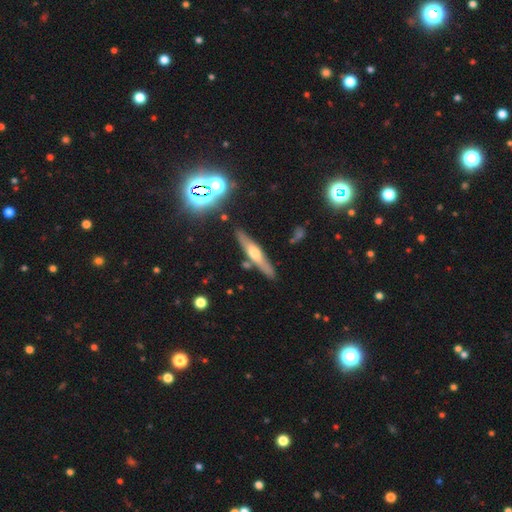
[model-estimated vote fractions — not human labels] Overall: featured or disk (56%; smooth 33%). Edge-on disk: yes (90%). Edge-on bulge: rounded (84%). Merging: none (82%).